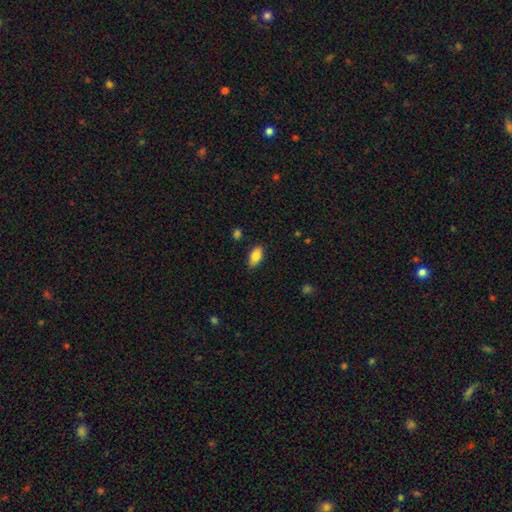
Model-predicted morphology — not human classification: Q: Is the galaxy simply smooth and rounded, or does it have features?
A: smooth — 82%.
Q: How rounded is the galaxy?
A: in between — 89%.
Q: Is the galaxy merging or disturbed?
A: none — 84%.